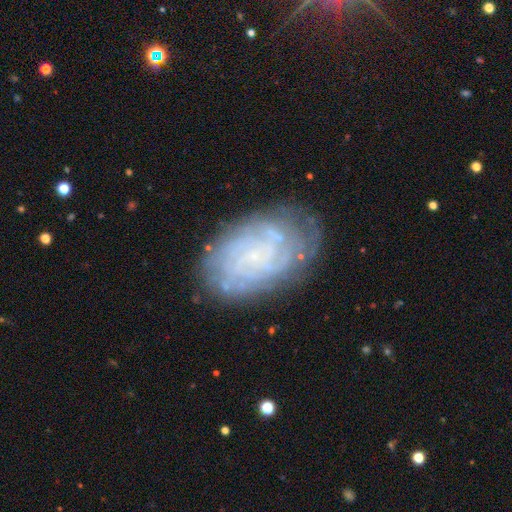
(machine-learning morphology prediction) smooth_or_featured: featured or disk (p=0.75) [alt: smooth p=0.16]
disk_edge_on: no (p=0.97) [alt: yes p=0.03]
bar: no (p=0.74) [alt: weak p=0.21]
has_spiral_arms: yes (p=0.90) [alt: no p=0.10]
spiral_winding: tight (p=0.75) [alt: medium p=0.19]
spiral_arm_count: can't tell (p=0.46) [alt: 4 p=0.14]
bulge_size: small (p=0.77) [alt: none p=0.15]
merging: none (p=0.72) [alt: minor disturbance p=0.18]